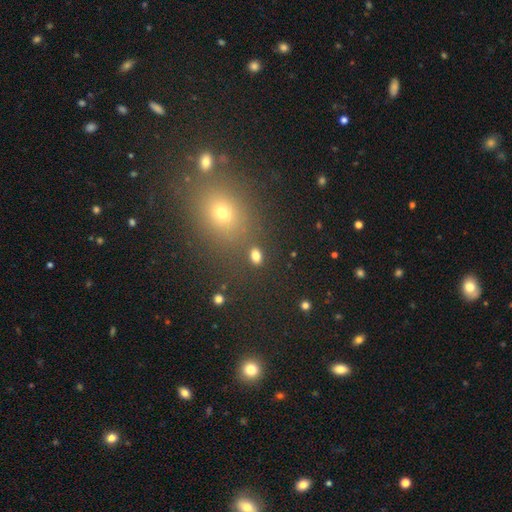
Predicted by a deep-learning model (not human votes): smooth 80%, star or artifact 14%, featured or disk 6%. Down the decision tree: how rounded — in between (76%); merging — none (84%).